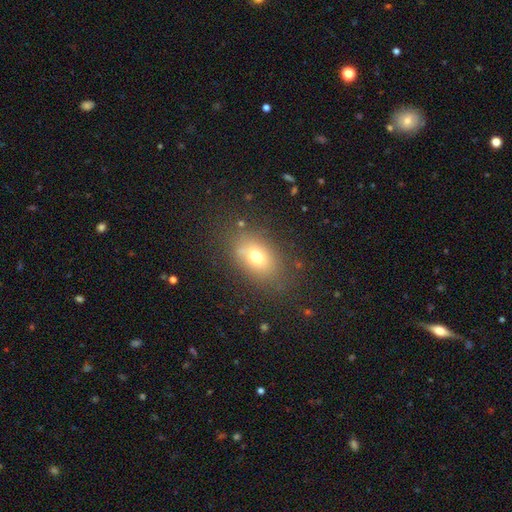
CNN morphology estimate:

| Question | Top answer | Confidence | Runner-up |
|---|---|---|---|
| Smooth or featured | smooth | 69% | featured or disk (16%) |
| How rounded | in between | 78% | round (20%) |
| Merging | none | 78% | minor disturbance (14%) |